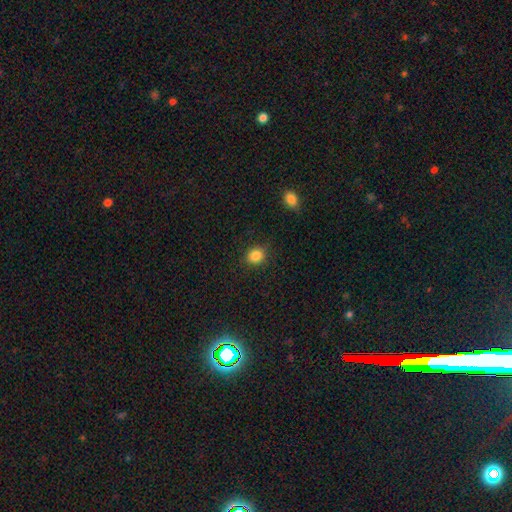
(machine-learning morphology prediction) Q: Smooth or featured?
A: smooth (85%); runner-up: star or artifact (11%)
Q: How rounded?
A: round (70%); runner-up: in between (29%)
Q: Merging?
A: none (86%); runner-up: minor disturbance (10%)